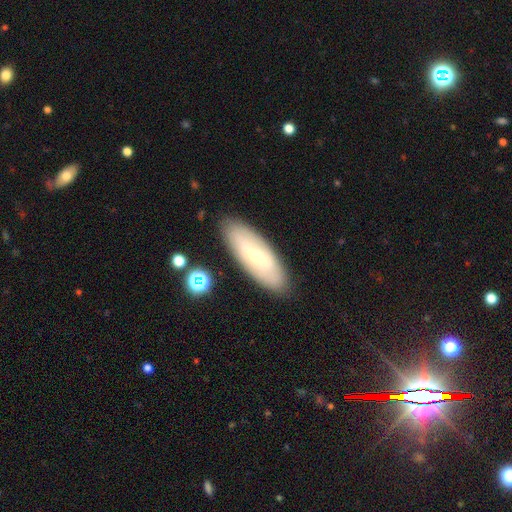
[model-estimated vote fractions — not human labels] A featured or disk galaxy (51%). Merging: none (86%).